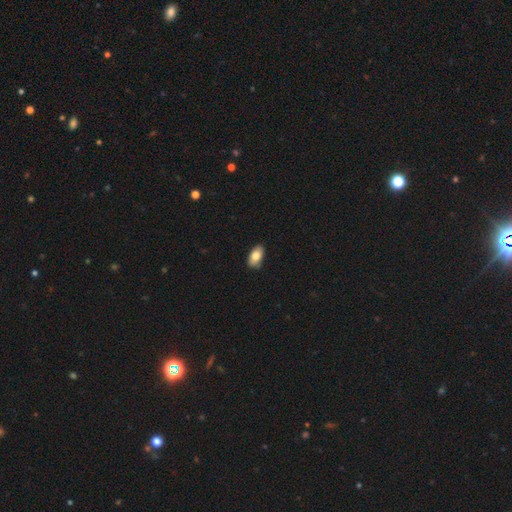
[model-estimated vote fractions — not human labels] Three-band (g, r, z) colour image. It shows a smooth galaxy with no disk features (80%) that is in between round and cigar-shaped (93%). Merging: none (85%).